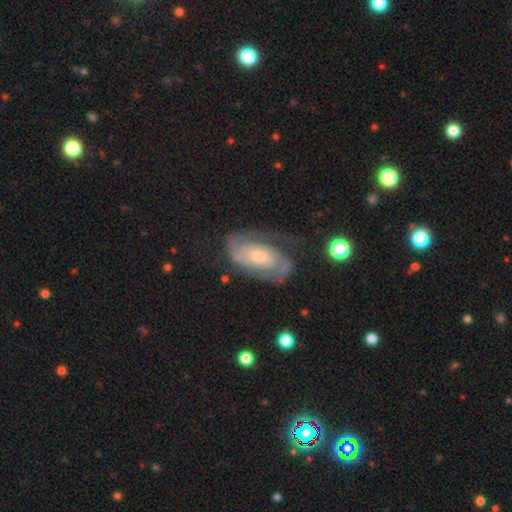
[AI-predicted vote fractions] Smooth or featured?
  - featured or disk: 83% *
  - smooth: 11%
  - star or artifact: 5%
Edge-on disk?
  - no: 96% *
  - yes: 4%
Bar?
  - no: 59% *
  - weak: 32%
  - strong: 9%
Spiral arms?
  - yes: 94% *
  - no: 6%
Spiral winding?
  - tight: 55% *
  - medium: 34%
  - loose: 11%
Spiral arm count?
  - 2: 69% *
  - can't tell: 16%
  - 1: 7%
  - 3: 5%
  - 4: 2%
  - more than 4: 2%
Bulge size?
  - small: 46% *
  - moderate: 41%
  - large: 7%
  - none: 4%
  - dominant: 2%
Merging?
  - none: 62% *
  - minor disturbance: 20%
  - major disturbance: 16%
  - merger: 2%